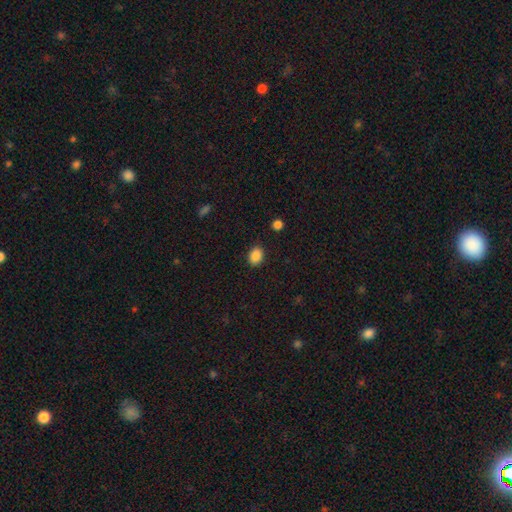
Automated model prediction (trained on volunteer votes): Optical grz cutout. It shows a smooth galaxy with no disk features (88%) that is in between round and cigar-shaped (65%). Merging: none (87%).